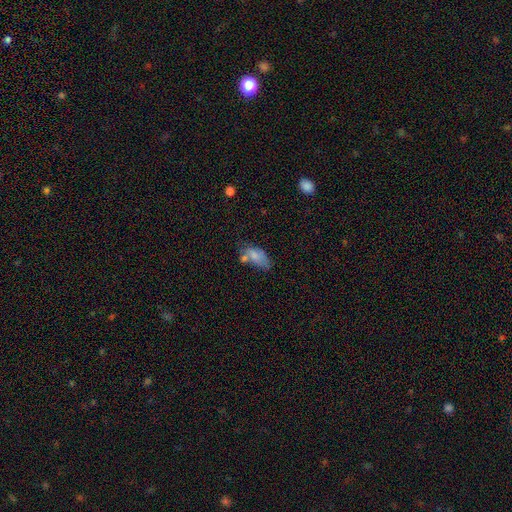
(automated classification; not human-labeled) smooth_or_featured: smooth (p=0.72) [alt: featured or disk p=0.19]
how_rounded: in between (p=0.90) [alt: cigar-shaped p=0.06]
merging: none (p=0.37) [alt: minor disturbance p=0.26]